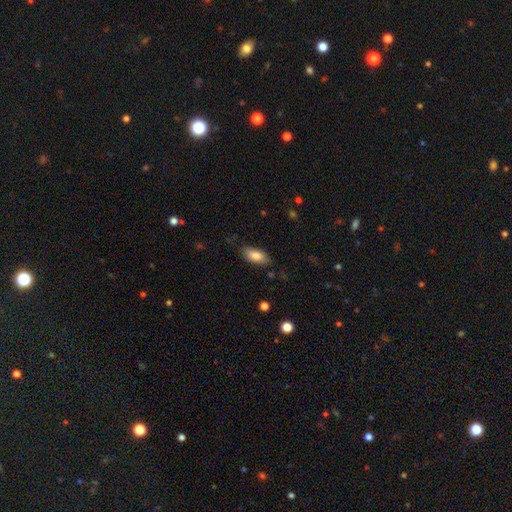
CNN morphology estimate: The model was most divided on "merging": none: 76%, minor disturbance: 19%, major disturbance: 4%, merger: 1%. More confident: how rounded — in between (89%); smooth or featured — smooth (83%).